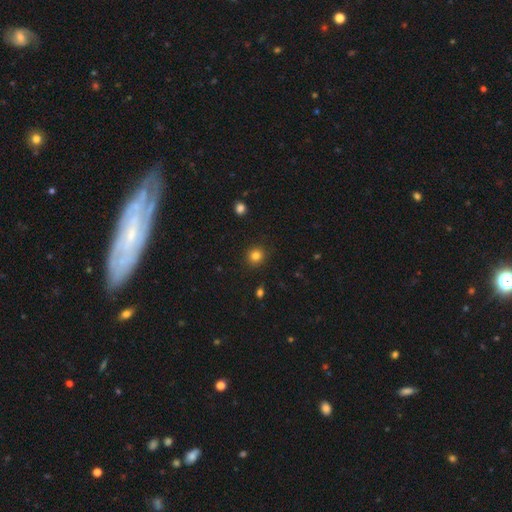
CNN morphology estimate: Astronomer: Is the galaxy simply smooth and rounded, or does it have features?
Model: smooth — 83%.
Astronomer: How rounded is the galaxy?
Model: round — 90%.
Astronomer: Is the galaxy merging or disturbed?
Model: none — 90%.